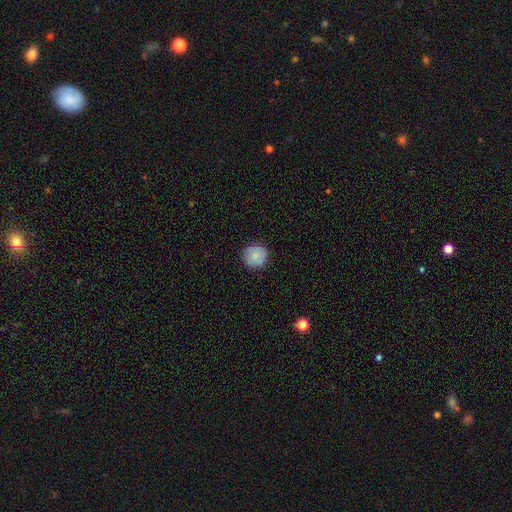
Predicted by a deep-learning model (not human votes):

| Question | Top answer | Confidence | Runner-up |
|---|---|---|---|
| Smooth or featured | smooth | 81% | featured or disk (12%) |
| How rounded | round | 93% | in between (6%) |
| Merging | none | 87% | minor disturbance (10%) |